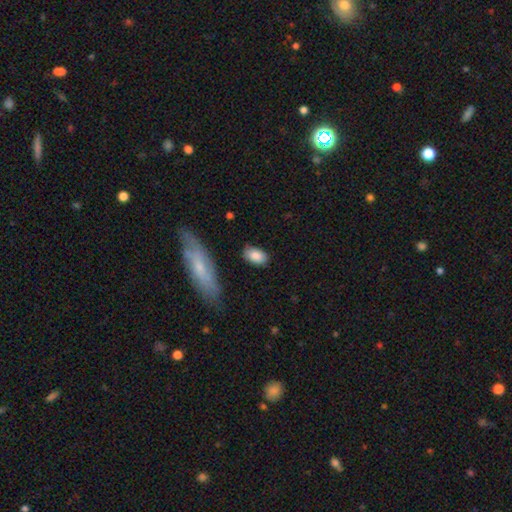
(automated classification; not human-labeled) smooth-or-featured: smooth: 86% | featured or disk: 7% | star or artifact: 6%
  how-rounded: in between: 90% | round: 7% | cigar-shaped: 2%
  merging: none: 80% | minor disturbance: 14% | major disturbance: 3% | merger: 3%